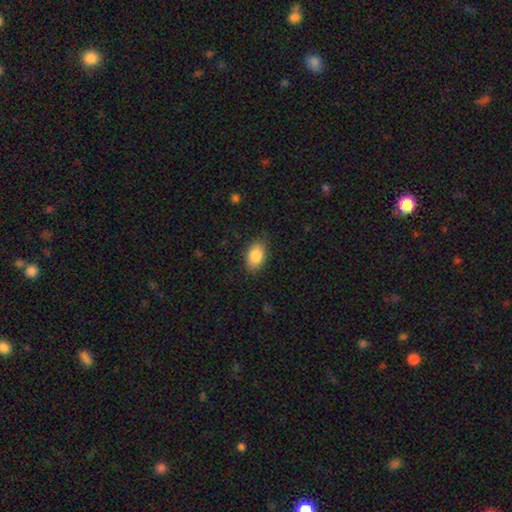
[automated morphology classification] smooth 86%, star or artifact 7%, featured or disk 7%. Down the decision tree: how rounded — in between (88%); merging — none (82%).